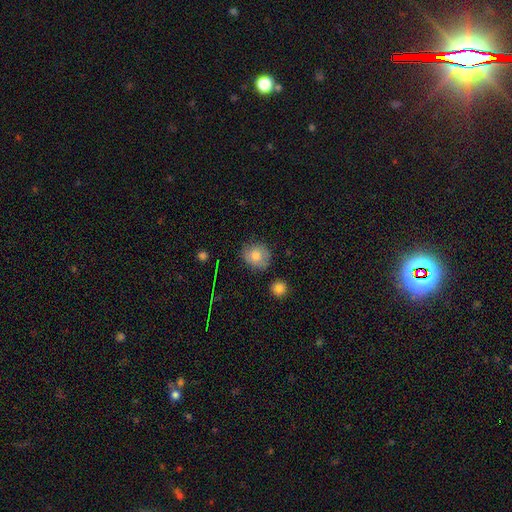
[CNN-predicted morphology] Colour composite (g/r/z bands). It shows a smooth galaxy with no disk features (75%) that is round (70%). Merging: none (74%).